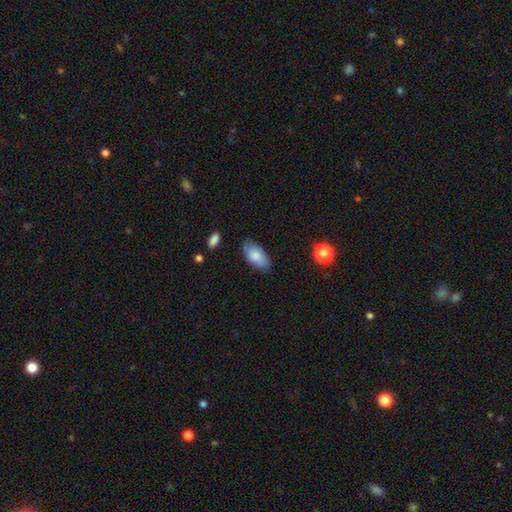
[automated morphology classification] smooth-or-featured: smooth: 80% | featured or disk: 13% | star or artifact: 7%
  how-rounded: in between: 93% | cigar-shaped: 3% | round: 3%
  merging: none: 74% | minor disturbance: 21% | major disturbance: 4% | merger: 2%